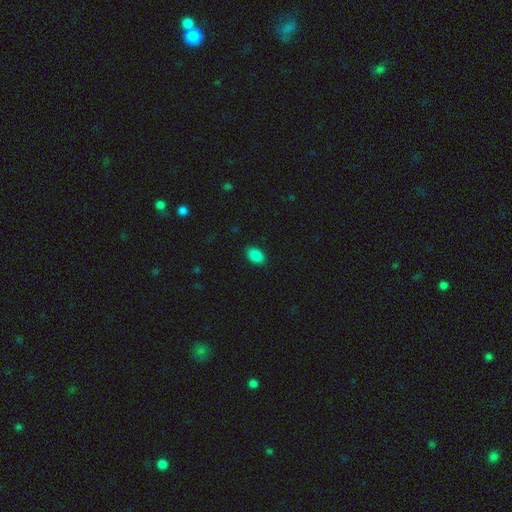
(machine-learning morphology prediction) This appears to be a smooth galaxy with no disk features (87%) that is in between round and cigar-shaped (87%). Merging: none (88%).